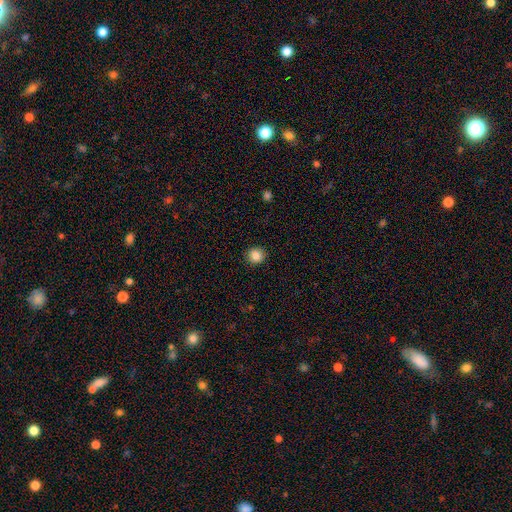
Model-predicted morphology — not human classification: Overall: smooth (85%). How rounded: round (88%). Merging: none (92%).